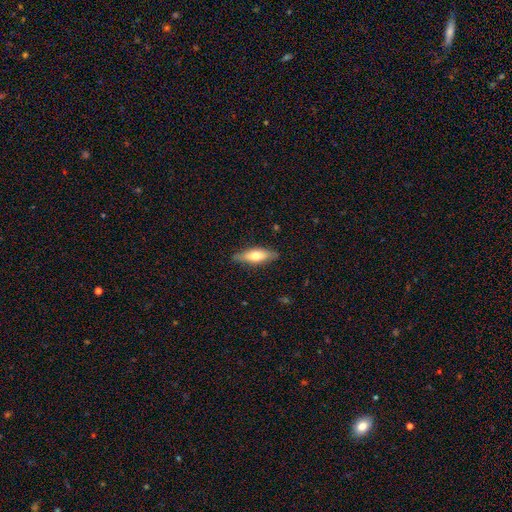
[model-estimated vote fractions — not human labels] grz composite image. It shows a smooth galaxy with no disk features (63%) that is in between round and cigar-shaped (57%). Merging: none (83%).